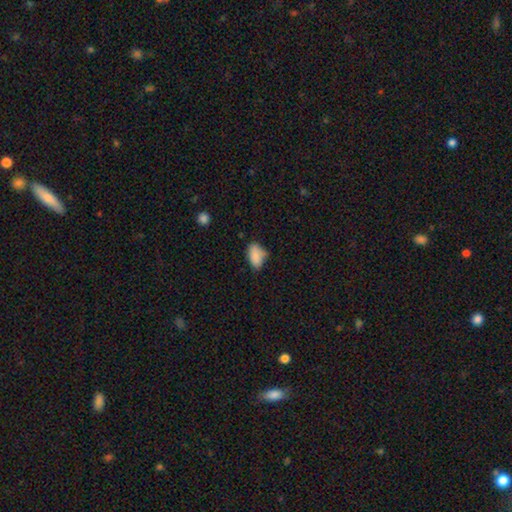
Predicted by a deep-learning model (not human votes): Smooth or featured? Predicted: smooth (p=0.85). How rounded? Predicted: in between (p=0.91). Merging? Predicted: none (p=0.54).